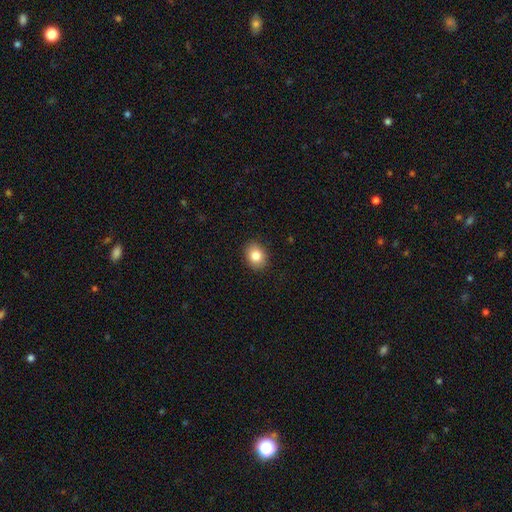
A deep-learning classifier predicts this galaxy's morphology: Q: Smooth or featured?
A: smooth (83%); runner-up: star or artifact (9%)
Q: How rounded?
A: in between (57%); runner-up: round (42%)
Q: Merging?
A: none (90%); runner-up: minor disturbance (8%)